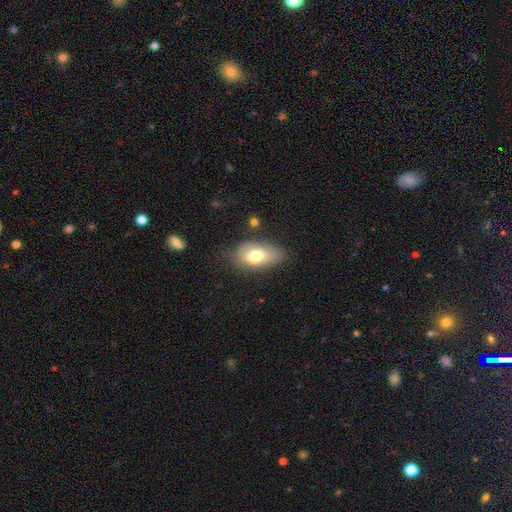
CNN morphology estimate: This appears to be a smooth galaxy with no disk features (73%) that is in between round and cigar-shaped (91%). Merging: none (60%).